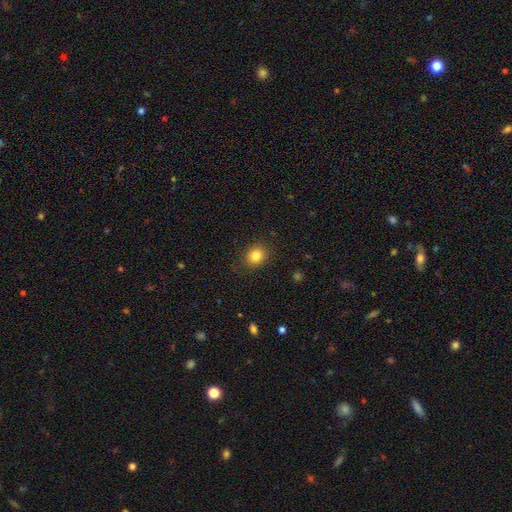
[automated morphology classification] This appears to be a smooth galaxy with no disk features (83%) that is round (66%). Merging: none (88%).